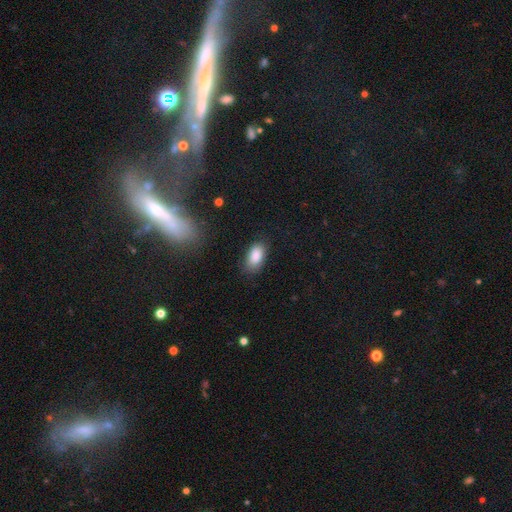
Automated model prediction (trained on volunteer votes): This appears to be a smooth galaxy with no disk features (87%) that is in between round and cigar-shaped (93%). Merging: none (79%).